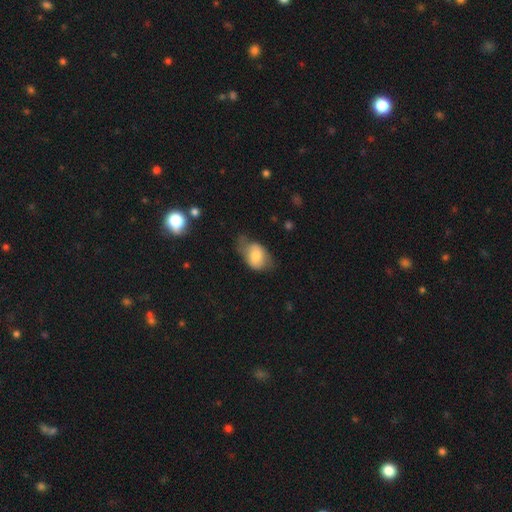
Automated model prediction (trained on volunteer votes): smooth 70%, featured or disk 23%, star or artifact 7%. Down the decision tree: how rounded — in between (82%); merging — none (38%, tied with minor disturbance).